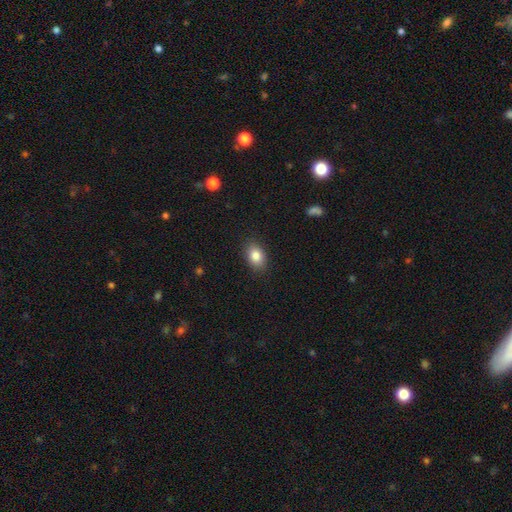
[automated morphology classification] Q: Smooth or featured?
A: smooth (84%); runner-up: star or artifact (9%)
Q: How rounded?
A: in between (80%); runner-up: round (19%)
Q: Merging?
A: none (88%); runner-up: minor disturbance (9%)